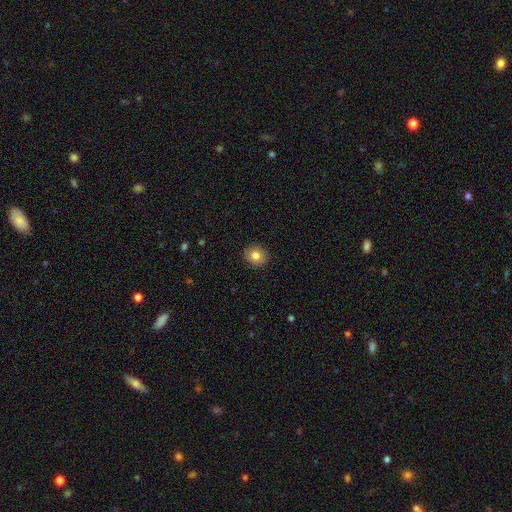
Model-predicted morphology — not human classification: A smooth galaxy with no disk features (83%) that is round (74%).

Vote fractions:
- Smooth or featured? smooth: 83% / star or artifact: 9% / featured or disk: 8%
- How rounded? round: 74% / in between: 25% / cigar-shaped: 1%
- Merging? none: 90% / minor disturbance: 7% / major disturbance: 2% / merger: 1%